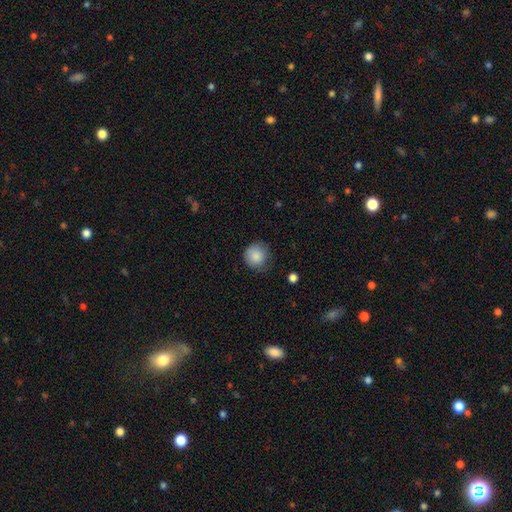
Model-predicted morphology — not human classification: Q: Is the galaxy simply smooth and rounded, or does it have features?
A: smooth — 86%.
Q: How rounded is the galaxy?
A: round — 92%.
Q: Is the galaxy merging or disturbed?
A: none — 71%.